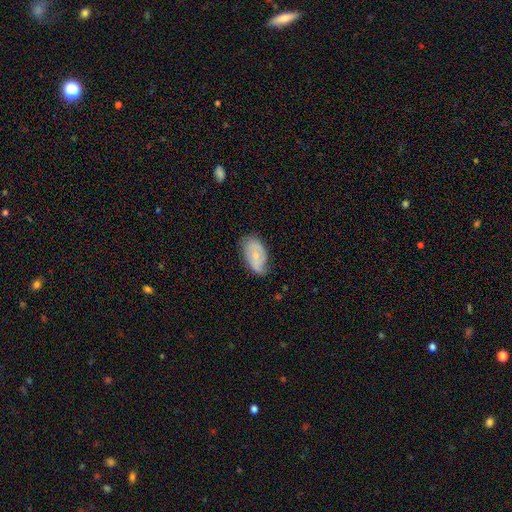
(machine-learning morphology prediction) A smooth galaxy with no disk features (48%). Merging: none (64%).